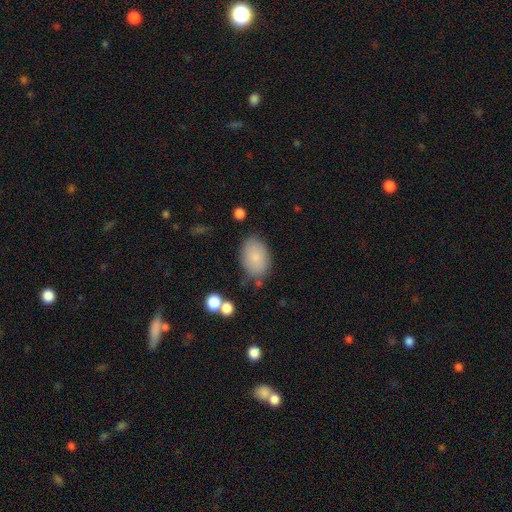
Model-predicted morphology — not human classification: This is clearly a smooth galaxy (83%). How rounded: clearly in between (87%). Merging: likely none (78%).